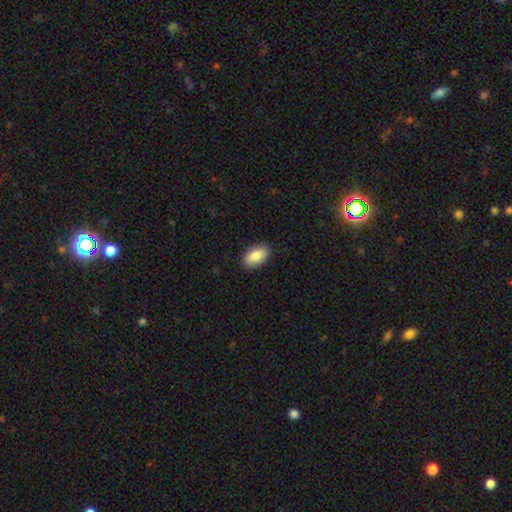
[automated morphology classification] The model was most divided on "smooth or featured": smooth: 84%, featured or disk: 9%, star or artifact: 6%. More confident: how rounded — in between (94%); merging — none (89%).